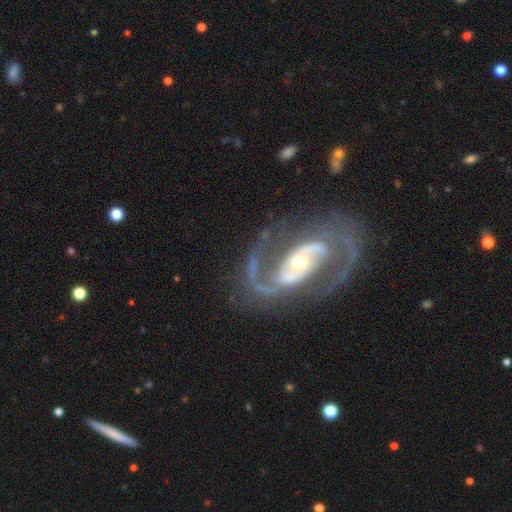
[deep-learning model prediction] Smooth or featured?
  - featured or disk: 91% *
  - star or artifact: 5%
  - smooth: 4%
Edge-on disk?
  - no: 97% *
  - yes: 3%
Bar?
  - strong: 42% *
  - weak: 32%
  - no: 26%
Spiral arms?
  - yes: 96% *
  - no: 4%
Spiral winding?
  - medium: 56% *
  - tight: 29%
  - loose: 16%
Spiral arm count?
  - 2: 92% *
  - can't tell: 2%
  - 3: 2%
  - 1: 2%
  - 4: 1%
  - more than 4: 1%
Bulge size?
  - small: 46% *
  - moderate: 45%
  - large: 6%
  - none: 1%
  - dominant: 1%
Merging?
  - none: 79% *
  - minor disturbance: 12%
  - major disturbance: 7%
  - merger: 2%